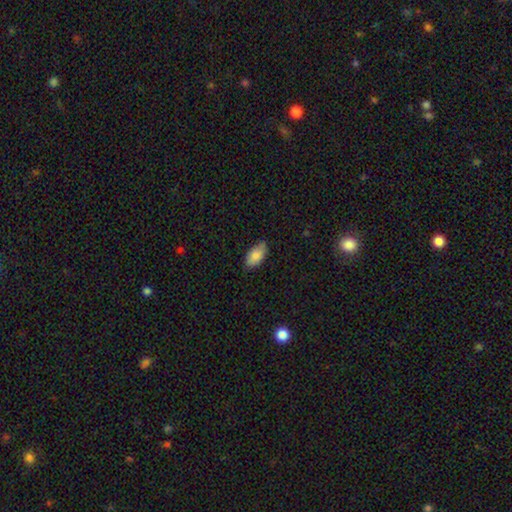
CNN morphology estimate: A smooth galaxy with no disk features (86%) that is in between round and cigar-shaped (94%). Merging: none (79%).